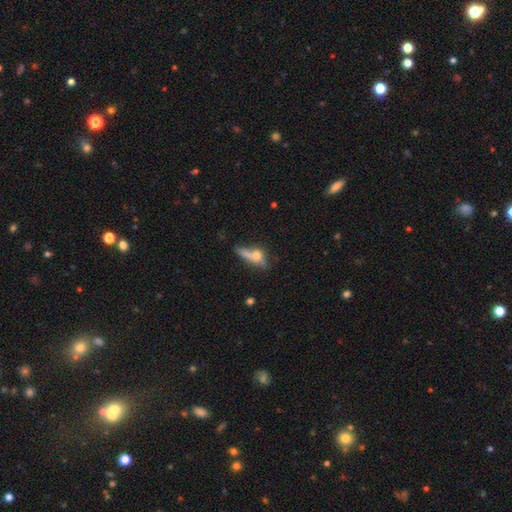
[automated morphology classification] Smooth or featured?
  - smooth: 57% *
  - featured or disk: 31%
  - star or artifact: 11%
How rounded?
  - in between: 46% *
  - cigar-shaped: 32%
  - round: 22%
Merging?
  - none: 37% *
  - merger: 28%
  - minor disturbance: 18%
  - major disturbance: 17%